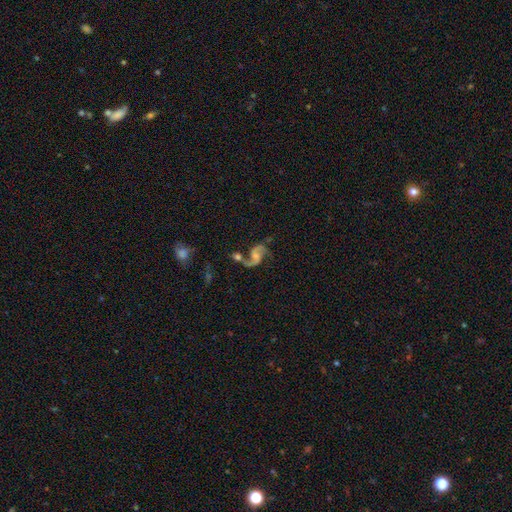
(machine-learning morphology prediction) This appears to be a featured or disk galaxy (86%) with no bar (53%), 2 (92%) loose (64%) spiral arms (96%) and a small central bulge (41%). Merging: none (47%).